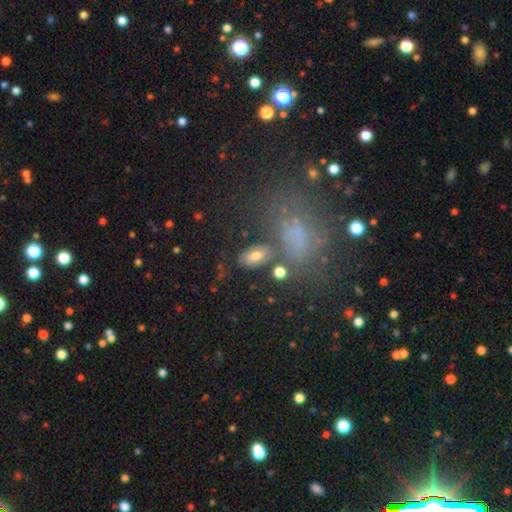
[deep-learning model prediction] smooth_or_featured: smooth (p=0.64) [alt: featured or disk p=0.19]
how_rounded: in between (p=0.86) [alt: round p=0.10]
merging: none (p=0.65) [alt: minor disturbance p=0.16]